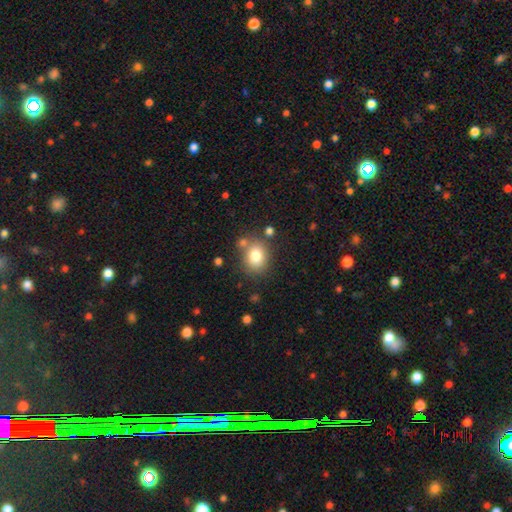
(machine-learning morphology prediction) A smooth galaxy with no disk features (79%) that is round (56%). Merging: none (73%).